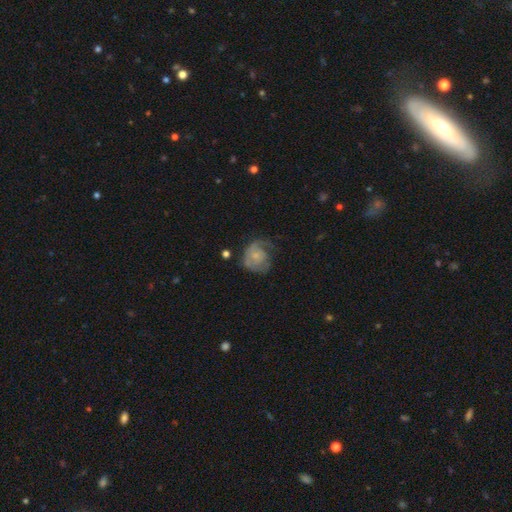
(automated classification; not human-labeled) This appears to be a featured or disk galaxy (61%) with no bar (76%), spiral arms (82%) and a small central bulge (64%). Merging: none (44%).